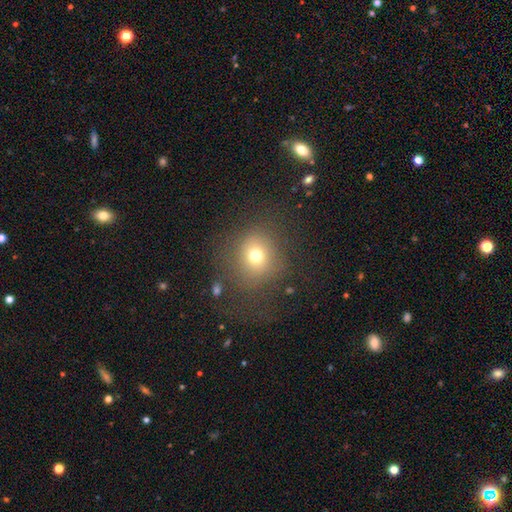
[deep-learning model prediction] Smooth or featured?
  - smooth: 71% *
  - star or artifact: 17%
  - featured or disk: 12%
How rounded?
  - round: 83% *
  - in between: 16%
  - cigar-shaped: 1%
Merging?
  - none: 73% *
  - minor disturbance: 13%
  - major disturbance: 12%
  - merger: 2%